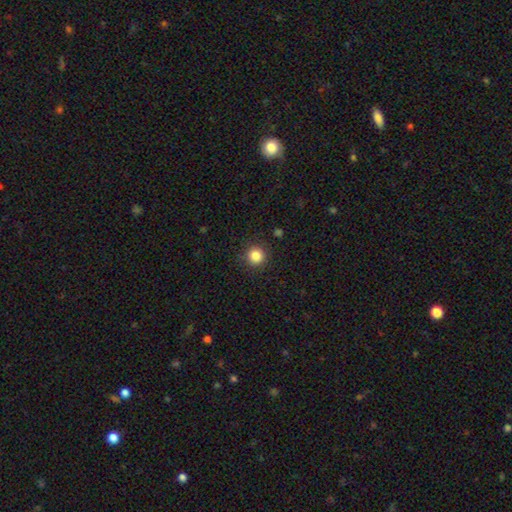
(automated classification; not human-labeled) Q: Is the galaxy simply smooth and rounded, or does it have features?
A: smooth — 84%.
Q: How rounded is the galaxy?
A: round — 95%.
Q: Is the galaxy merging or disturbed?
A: none — 91%.